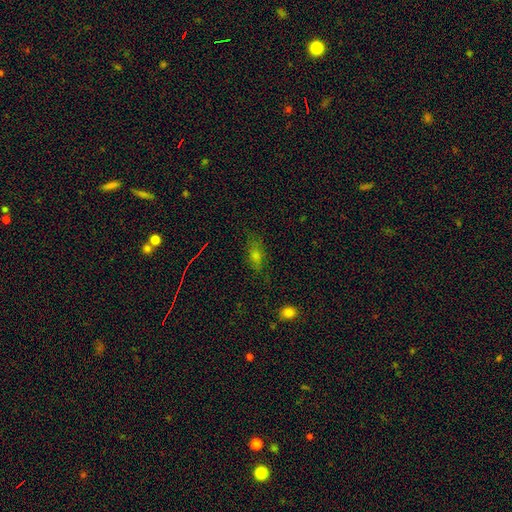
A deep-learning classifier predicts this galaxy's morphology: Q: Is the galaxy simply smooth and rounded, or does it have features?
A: smooth — 55%.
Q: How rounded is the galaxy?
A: in between — 70%.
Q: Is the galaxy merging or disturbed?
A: none — 73%.